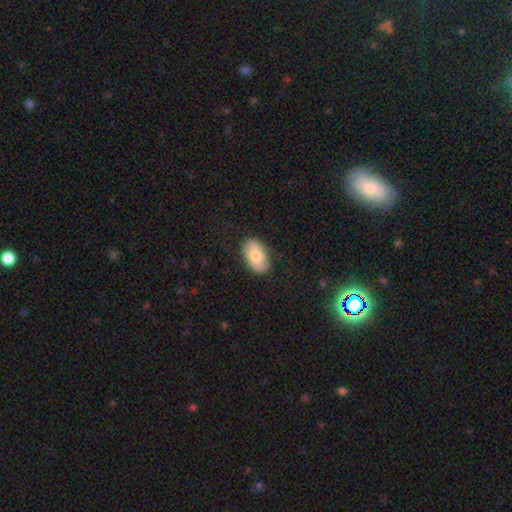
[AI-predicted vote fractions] This appears to be a smooth galaxy with no disk features (75%) that is in between round and cigar-shaped (93%). Merging: none (86%).